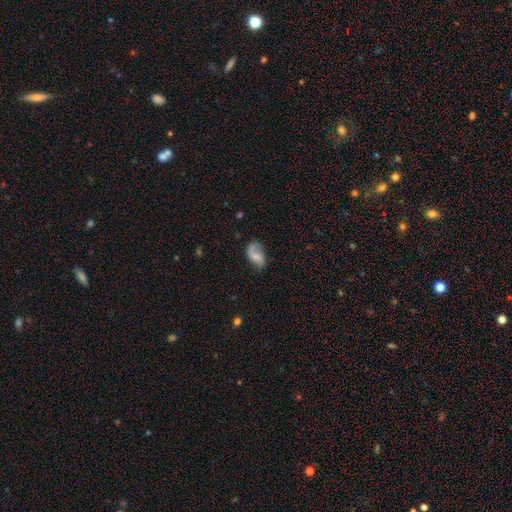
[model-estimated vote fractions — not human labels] A featured or disk galaxy (51%). Merging: none (54%).